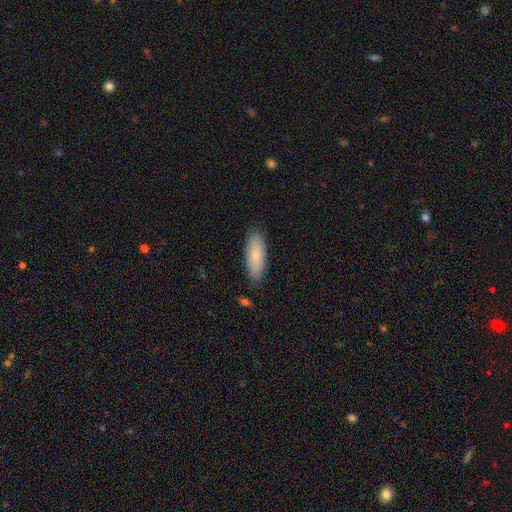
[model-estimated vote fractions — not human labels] Morphology: type=smooth (82%); roundness=in between (67%); merging=none (86%).